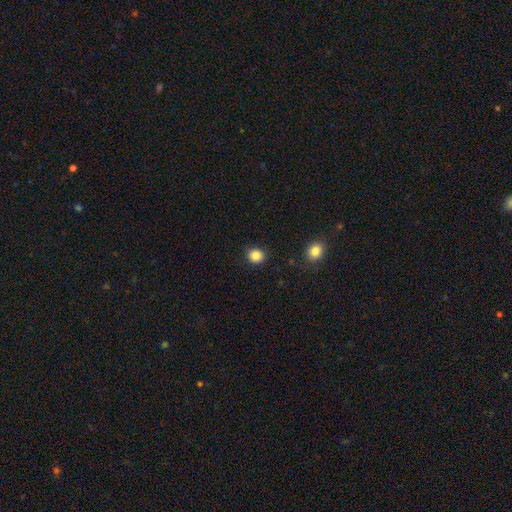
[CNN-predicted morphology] smooth_or_featured: smooth (p=0.84) [alt: star or artifact p=0.11]
how_rounded: round (p=0.78) [alt: in between p=0.21]
merging: none (p=0.89) [alt: minor disturbance p=0.08]